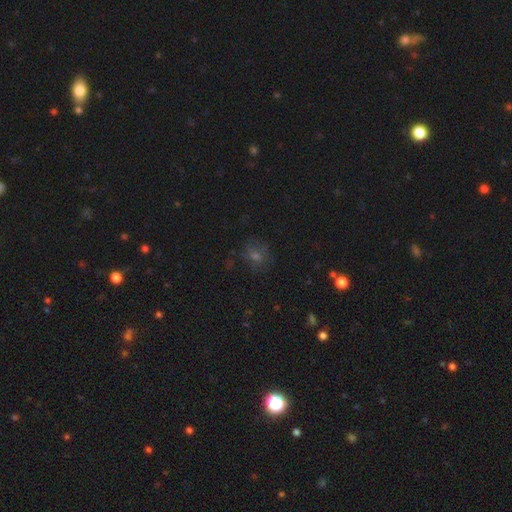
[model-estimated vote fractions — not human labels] Q: Smooth or featured?
A: smooth (50%); runner-up: star or artifact (33%)
Q: How rounded?
A: round (78%); runner-up: in between (20%)
Q: Merging?
A: none (76%); runner-up: minor disturbance (15%)